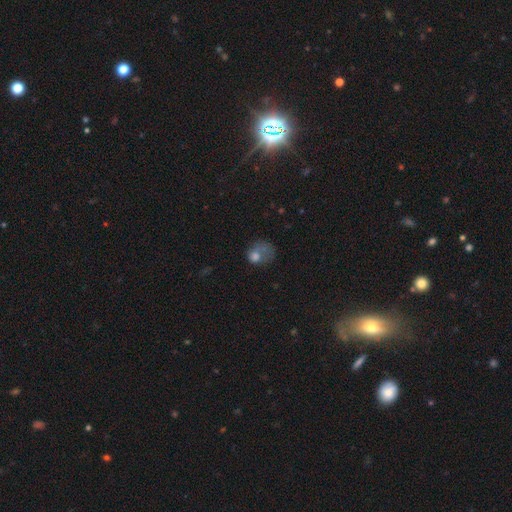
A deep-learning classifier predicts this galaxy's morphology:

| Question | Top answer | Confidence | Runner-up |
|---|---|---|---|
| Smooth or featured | smooth | 62% | featured or disk (25%) |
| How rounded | round | 59% | in between (39%) |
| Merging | major disturbance | 42% | none (27%) |